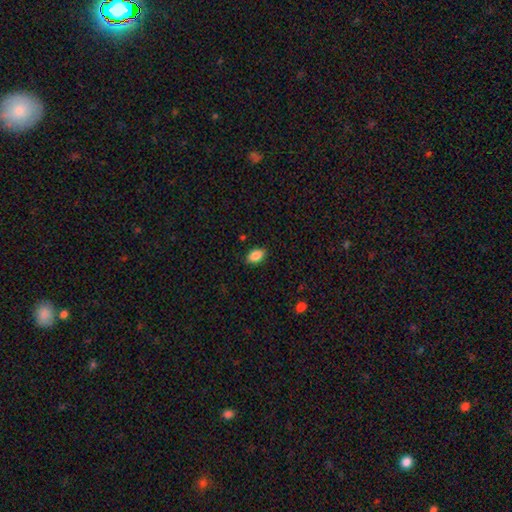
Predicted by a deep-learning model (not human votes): smooth_or_featured: smooth (p=0.87) [alt: star or artifact p=0.08]
how_rounded: in between (p=0.90) [alt: round p=0.07]
merging: none (p=0.87) [alt: minor disturbance p=0.10]